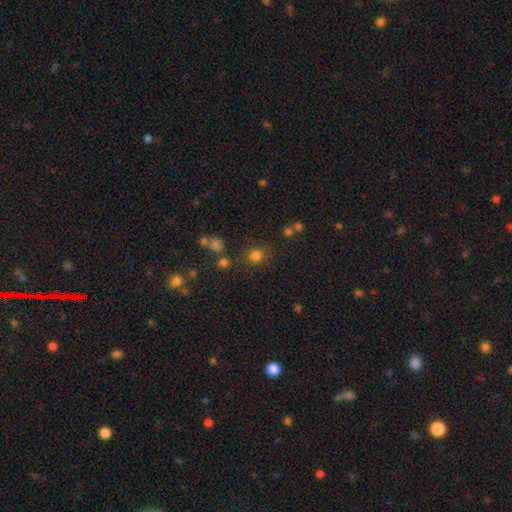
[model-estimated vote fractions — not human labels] Q: Smooth or featured?
A: smooth (77%); runner-up: star or artifact (17%)
Q: How rounded?
A: round (86%); runner-up: in between (13%)
Q: Merging?
A: none (79%); runner-up: minor disturbance (10%)